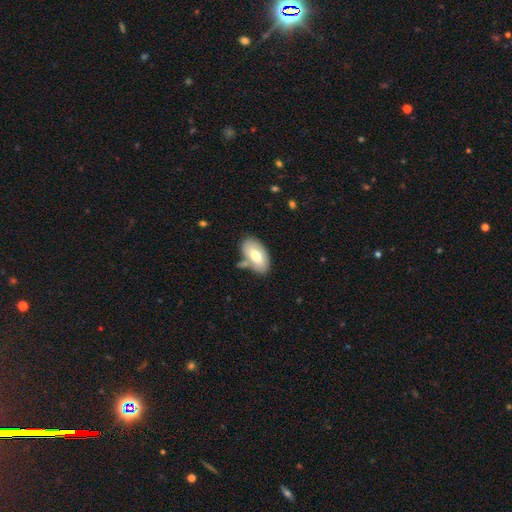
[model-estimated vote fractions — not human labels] Overall: smooth (68%). How rounded: in between (94%). Merging: none (61%).